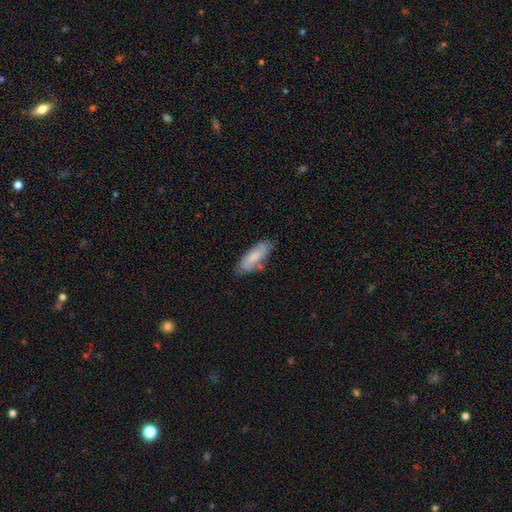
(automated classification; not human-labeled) smooth 73%, featured or disk 21%, star or artifact 6%. Down the decision tree: how rounded — in between (66%); merging — none (69%).